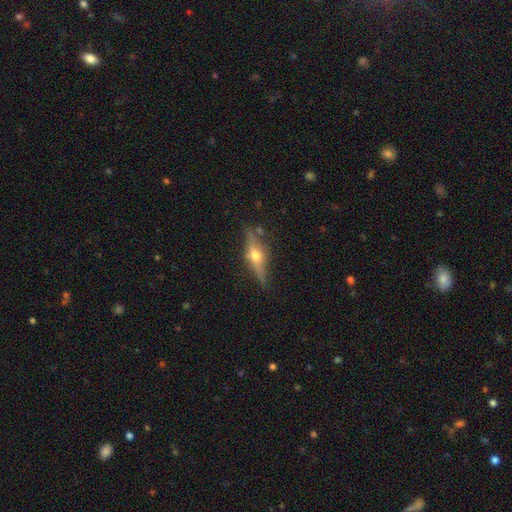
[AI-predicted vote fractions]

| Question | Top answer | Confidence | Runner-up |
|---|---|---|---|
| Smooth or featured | featured or disk | 74% | smooth (19%) |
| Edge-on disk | yes | 95% | no (5%) |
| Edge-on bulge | rounded | 96% | boxy (2%) |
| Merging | none | 84% | minor disturbance (11%) |